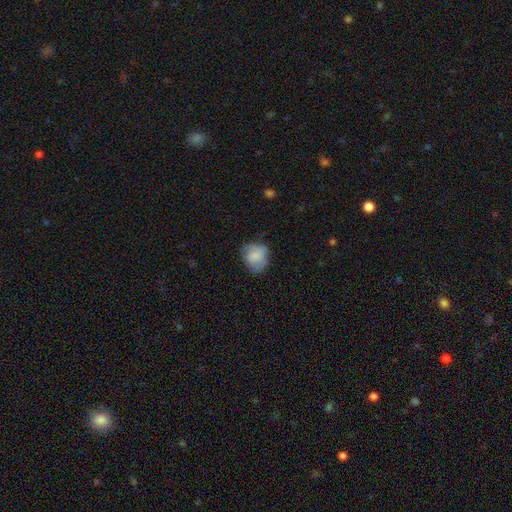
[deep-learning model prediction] A smooth galaxy with no disk features (65%) that is round (65%). Merging: none (58%).